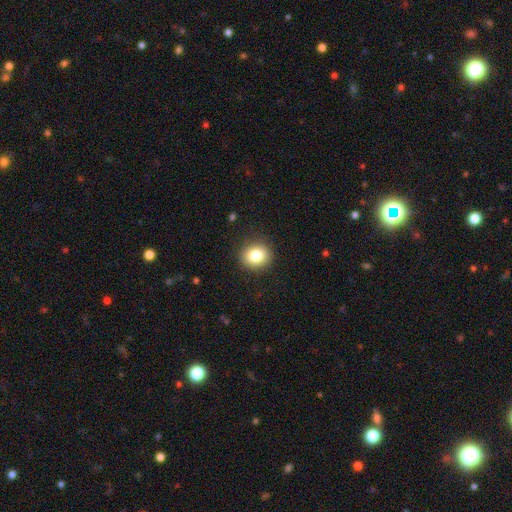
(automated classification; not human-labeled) This appears to be a smooth galaxy with no disk features (82%) that is round (77%). Merging: none (89%).